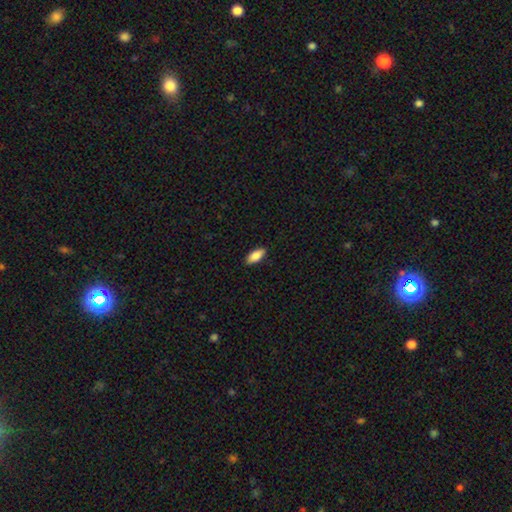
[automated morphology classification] This is clearly a smooth galaxy (85%). How rounded: clearly in between (84%). Merging: clearly none (89%).